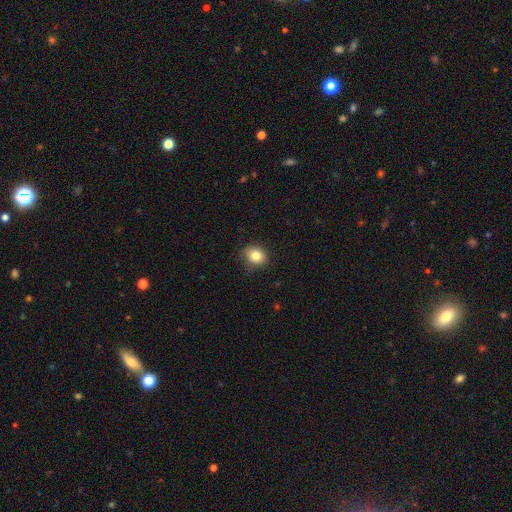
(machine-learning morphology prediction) Smooth or featured?
  - smooth: 83% *
  - star or artifact: 10%
  - featured or disk: 7%
How rounded?
  - round: 67% *
  - in between: 32%
  - cigar-shaped: 1%
Merging?
  - none: 80% *
  - minor disturbance: 16%
  - major disturbance: 3%
  - merger: 1%